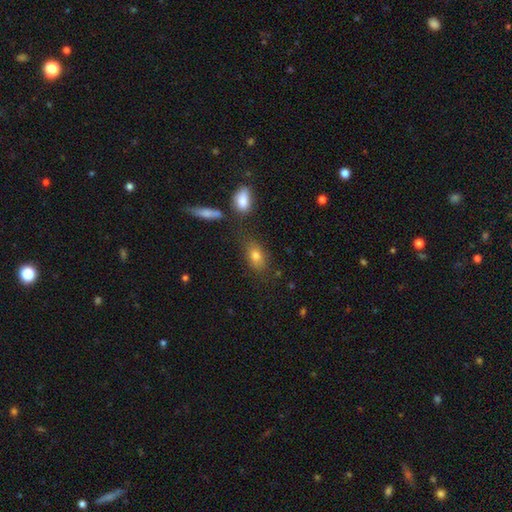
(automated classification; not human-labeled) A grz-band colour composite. It shows a smooth galaxy with no disk features (77%) that is in between round and cigar-shaped (80%). Merging: none (67%).